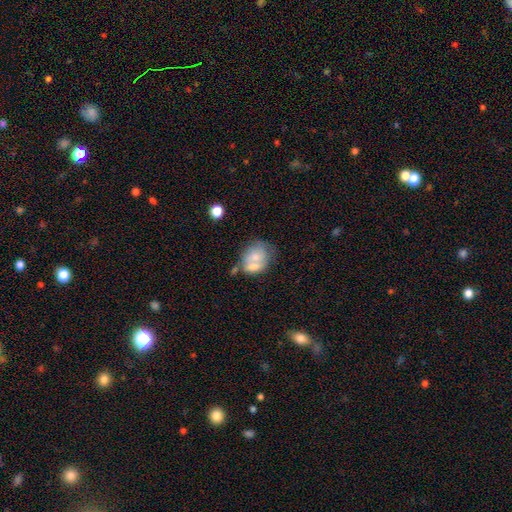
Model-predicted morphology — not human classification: Smooth or featured? Predicted: smooth (p=0.62). How rounded? Predicted: in between (p=0.52). Merging? Predicted: merger (p=0.53).